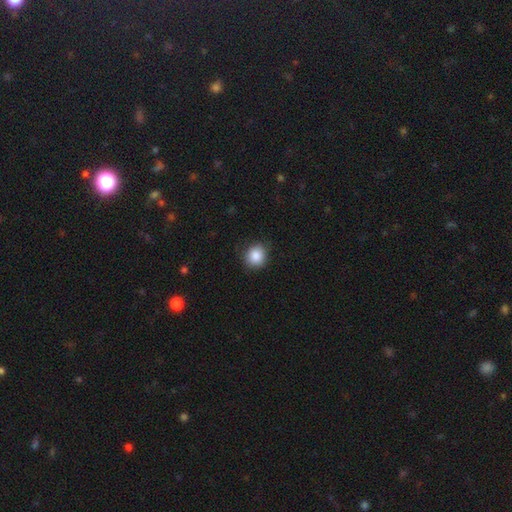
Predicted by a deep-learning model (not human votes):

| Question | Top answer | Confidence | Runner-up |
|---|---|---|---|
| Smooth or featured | smooth | 87% | star or artifact (9%) |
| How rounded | round | 82% | in between (17%) |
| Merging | none | 83% | minor disturbance (13%) |